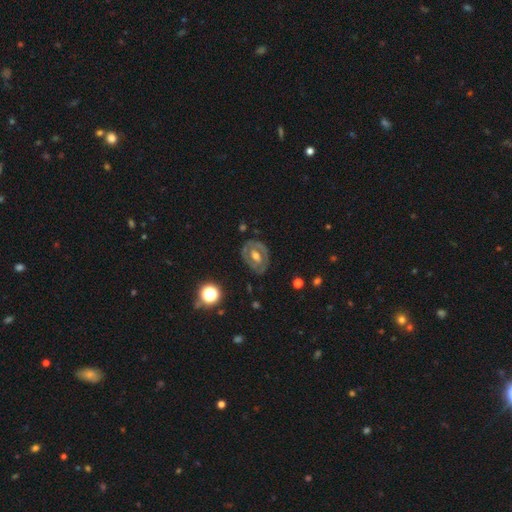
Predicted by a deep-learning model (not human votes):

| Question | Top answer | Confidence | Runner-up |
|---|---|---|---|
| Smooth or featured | featured or disk | 71% | smooth (22%) |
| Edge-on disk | no | 95% | yes (5%) |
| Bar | no | 44% | weak (39%) |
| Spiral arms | yes | 52% | no (48%) |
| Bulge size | moderate | 66% | large (17%) |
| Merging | none | 76% | minor disturbance (16%) |